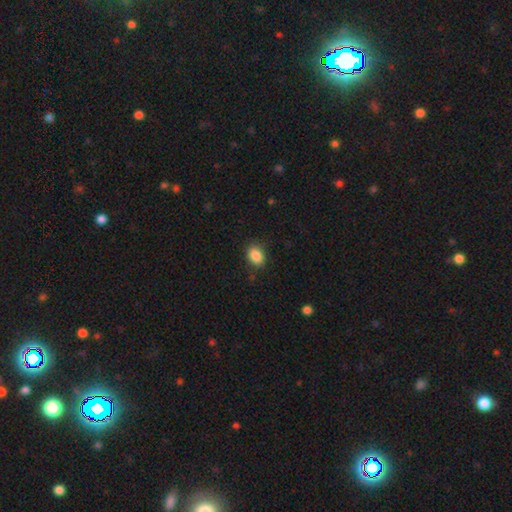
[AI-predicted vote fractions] smooth 87%, star or artifact 9%, featured or disk 4%. Down the decision tree: how rounded — in between (73%); merging — none (84%).